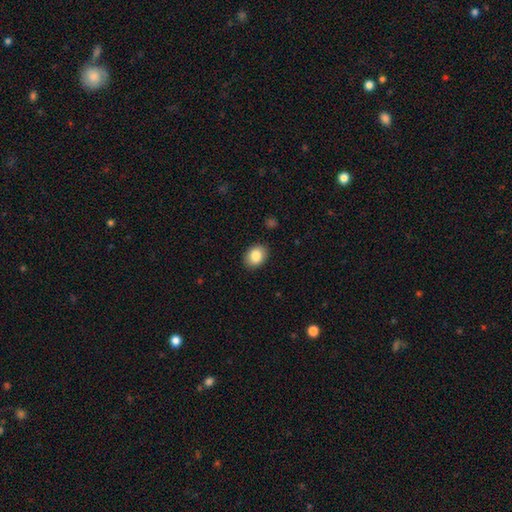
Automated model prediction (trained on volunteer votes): Q: Smooth or featured?
A: smooth (86%); runner-up: star or artifact (8%)
Q: How rounded?
A: in between (70%); runner-up: round (29%)
Q: Merging?
A: none (88%); runner-up: minor disturbance (8%)